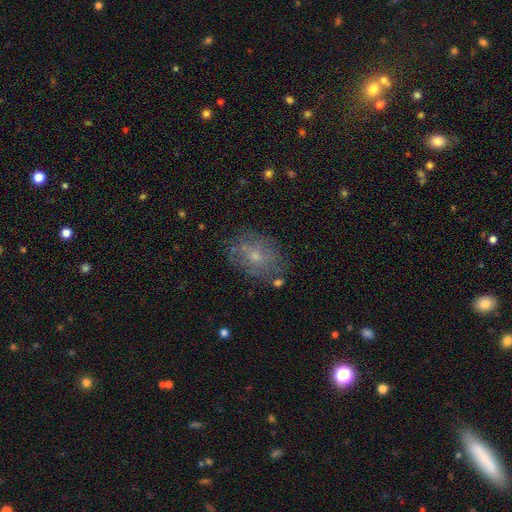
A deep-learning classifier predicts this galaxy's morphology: Smooth or featured?
  - smooth: 51% *
  - featured or disk: 37%
  - star or artifact: 13%
How rounded?
  - in between: 70% *
  - round: 29%
  - cigar-shaped: 2%
Merging?
  - none: 69% *
  - minor disturbance: 19%
  - major disturbance: 8%
  - merger: 4%